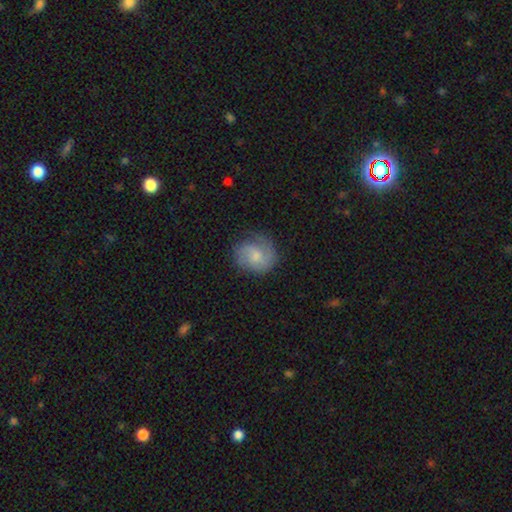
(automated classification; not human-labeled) This appears to be a smooth galaxy with no disk features (49%). Merging: none (65%).